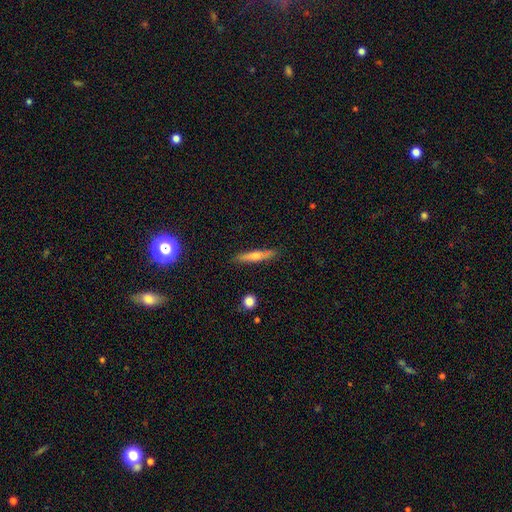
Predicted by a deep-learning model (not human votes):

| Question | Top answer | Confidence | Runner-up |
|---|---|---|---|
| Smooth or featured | smooth | 62% | featured or disk (31%) |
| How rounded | cigar-shaped | 90% | in between (8%) |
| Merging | none | 83% | minor disturbance (11%) |